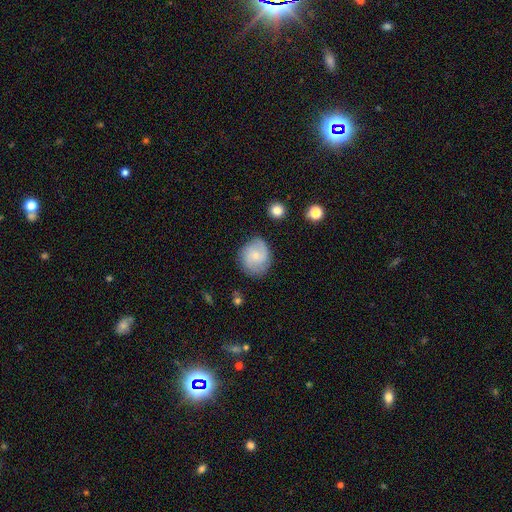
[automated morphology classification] Smooth or featured?
  - featured or disk: 49% *
  - smooth: 44%
  - star or artifact: 7%
Merging?
  - none: 78% *
  - minor disturbance: 16%
  - major disturbance: 4%
  - merger: 2%